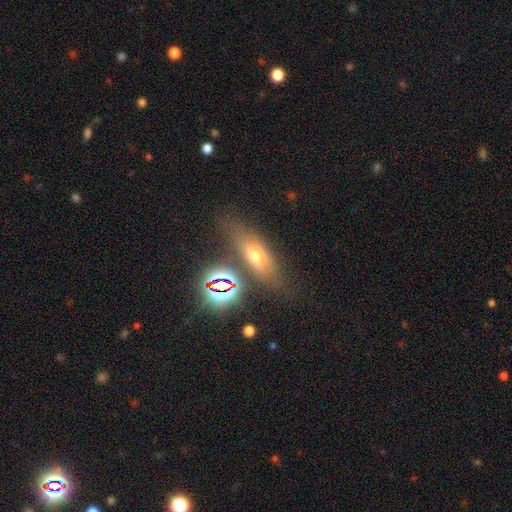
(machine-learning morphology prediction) smooth-or-featured: smooth: 48% | featured or disk: 29% | star or artifact: 23%
  merging: none: 69% | minor disturbance: 16% | major disturbance: 8% | merger: 7%